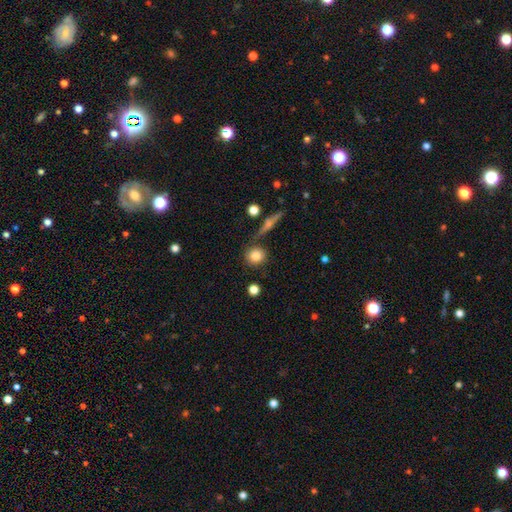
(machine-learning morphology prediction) smooth_or_featured: smooth (p=0.82) [alt: star or artifact p=0.09]
how_rounded: round (p=0.88) [alt: in between p=0.10]
merging: none (p=0.80) [alt: minor disturbance p=0.10]